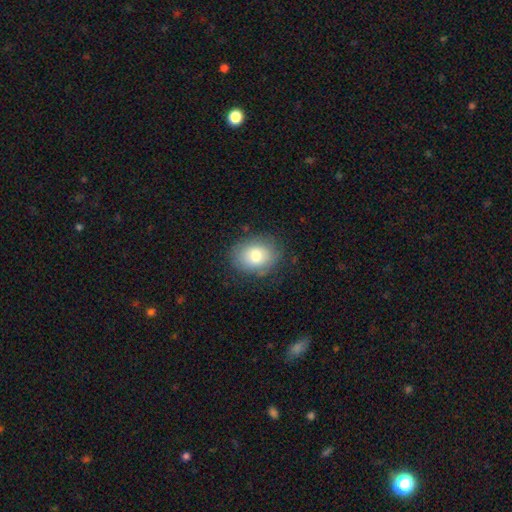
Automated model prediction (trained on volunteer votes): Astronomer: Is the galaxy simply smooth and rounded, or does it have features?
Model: smooth — 75%.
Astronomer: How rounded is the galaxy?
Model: in between — 52% (runner-up: round, 47%).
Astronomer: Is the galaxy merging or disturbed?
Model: none — 78%.